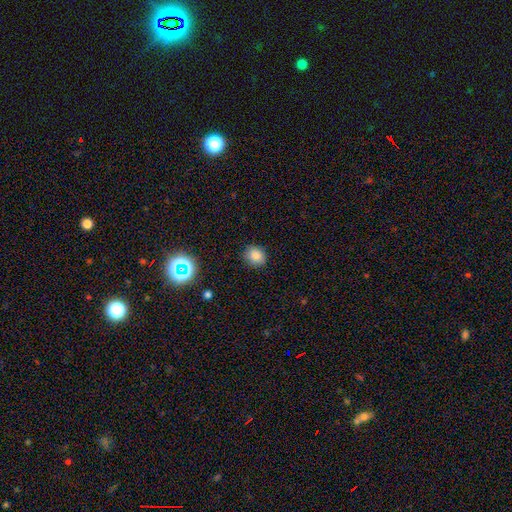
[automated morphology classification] Smooth or featured: smooth — 83% (star or artifact — 12%)
How rounded: round — 64% (in between — 35%)
Merging: none — 85% (minor disturbance — 11%)